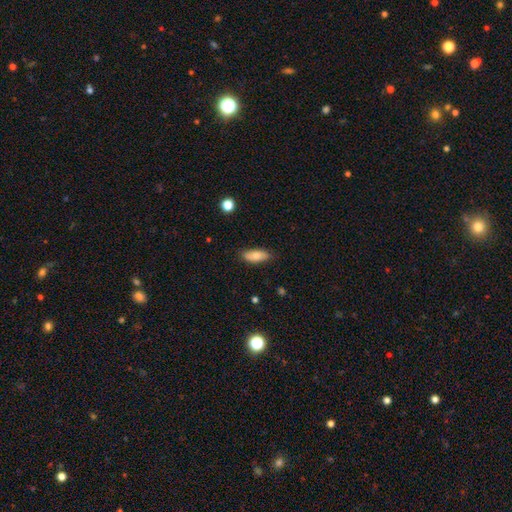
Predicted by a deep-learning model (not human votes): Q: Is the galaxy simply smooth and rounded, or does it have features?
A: smooth — 75%.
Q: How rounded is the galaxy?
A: in between — 76%.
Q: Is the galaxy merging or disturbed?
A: none — 82%.